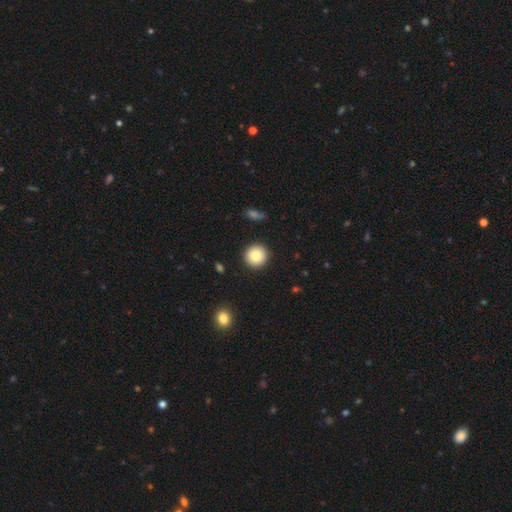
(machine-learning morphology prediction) A smooth galaxy with no disk features (82%) that is round (95%).

Vote fractions:
- Smooth or featured? smooth: 82% / featured or disk: 9% / star or artifact: 8%
- How rounded? round: 95% / in between: 4% / cigar-shaped: 1%
- Merging? none: 92% / minor disturbance: 5% / major disturbance: 2% / merger: 1%